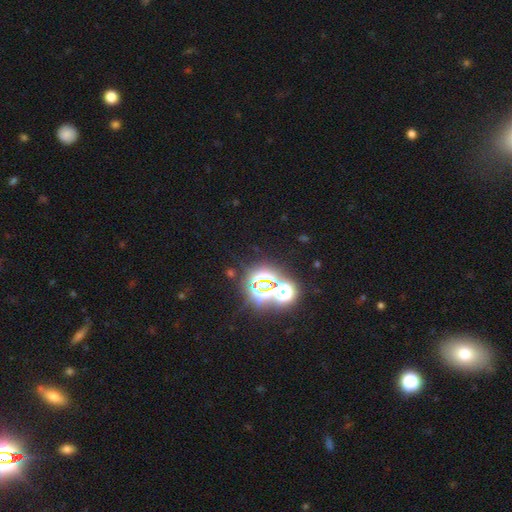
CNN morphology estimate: This appears to be a star or artifact, not a galaxy (73%).